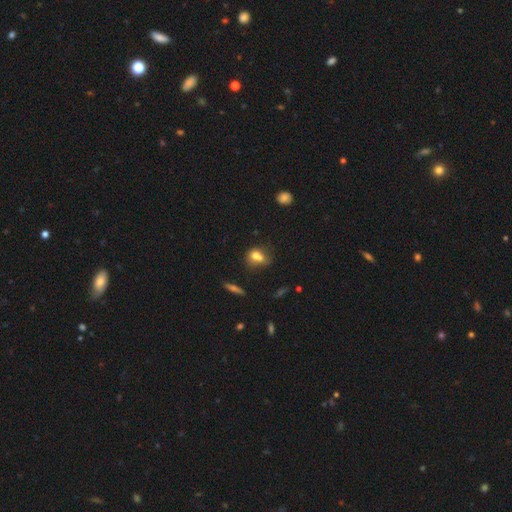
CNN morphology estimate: smooth_or_featured: smooth (p=0.70) [alt: featured or disk p=0.18]
how_rounded: round (p=0.54) [alt: in between p=0.43]
merging: merger (p=0.45) [alt: none p=0.35]